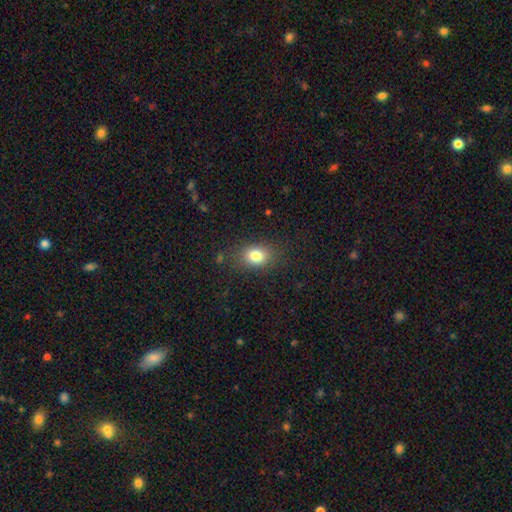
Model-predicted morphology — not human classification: smooth-or-featured: smooth: 81% | star or artifact: 11% | featured or disk: 8%
  how-rounded: in between: 62% | round: 37% | cigar-shaped: 1%
  merging: none: 83% | minor disturbance: 12% | major disturbance: 4% | merger: 1%